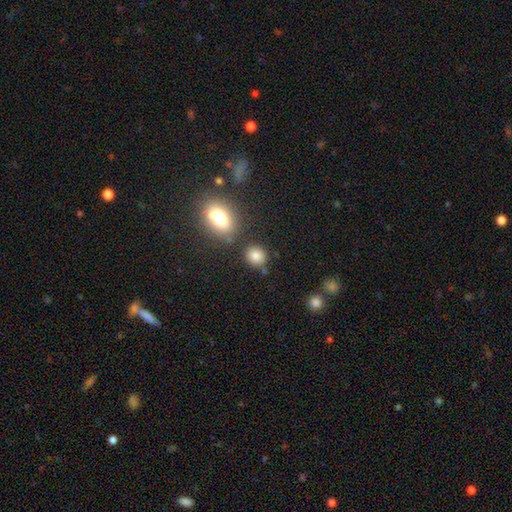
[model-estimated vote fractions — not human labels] Q: Smooth or featured?
A: smooth (82%); runner-up: star or artifact (11%)
Q: How rounded?
A: round (73%); runner-up: in between (26%)
Q: Merging?
A: none (77%); runner-up: minor disturbance (11%)